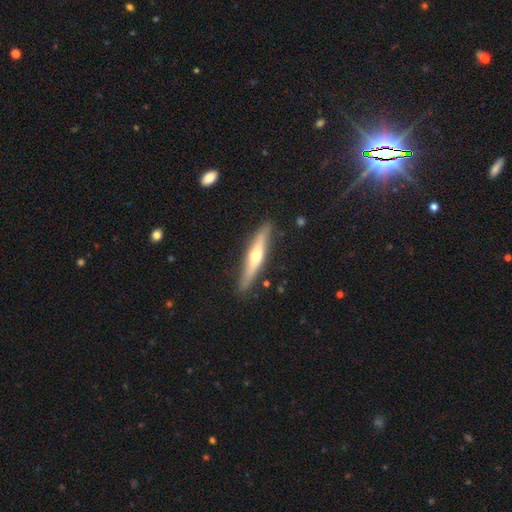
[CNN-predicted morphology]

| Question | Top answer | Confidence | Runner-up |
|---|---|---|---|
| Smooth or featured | featured or disk | 59% | smooth (36%) |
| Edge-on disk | yes | 93% | no (7%) |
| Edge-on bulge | rounded | 88% | none (8%) |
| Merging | none | 87% | minor disturbance (10%) |